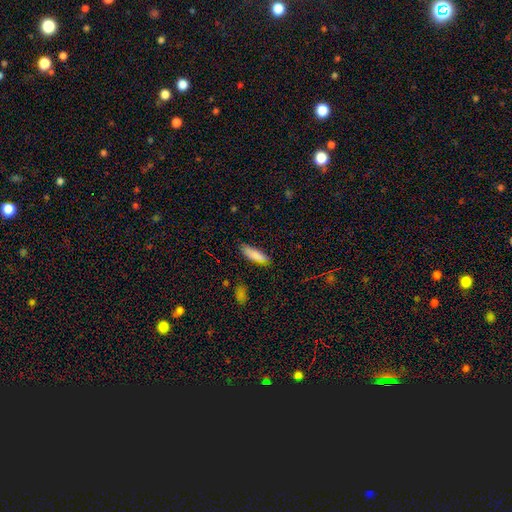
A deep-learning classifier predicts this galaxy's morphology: Smooth or featured: smooth — 86% (star or artifact — 7%)
How rounded: cigar-shaped — 51% (in between — 47%)
Merging: none — 80% (minor disturbance — 15%)